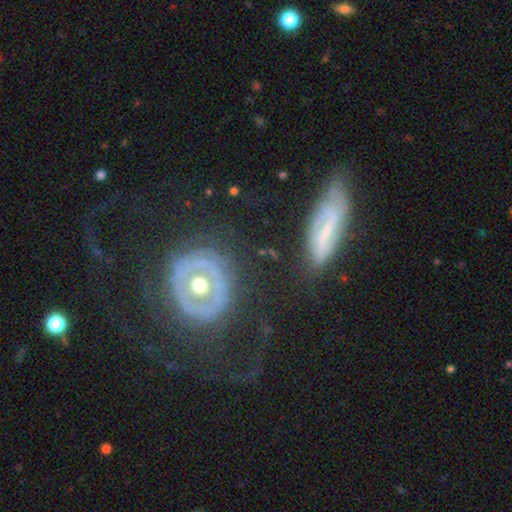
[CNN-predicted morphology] Smooth or featured? featured or disk (60%)
Edge-on disk? no (81%)
Merging? none (64%)